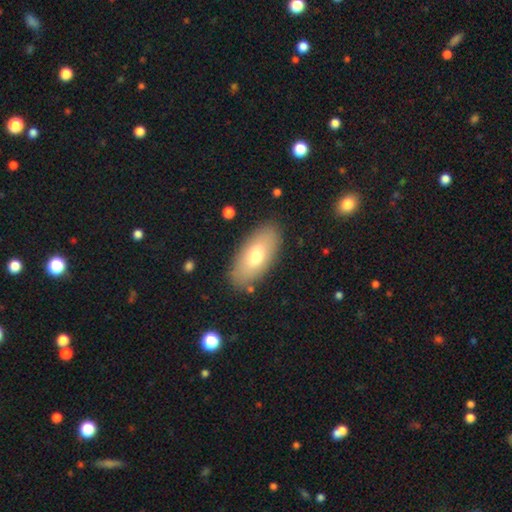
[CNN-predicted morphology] Smooth or featured: smooth — 69% (featured or disk — 24%)
How rounded: in between — 90% (cigar-shaped — 6%)
Merging: none — 85% (minor disturbance — 10%)